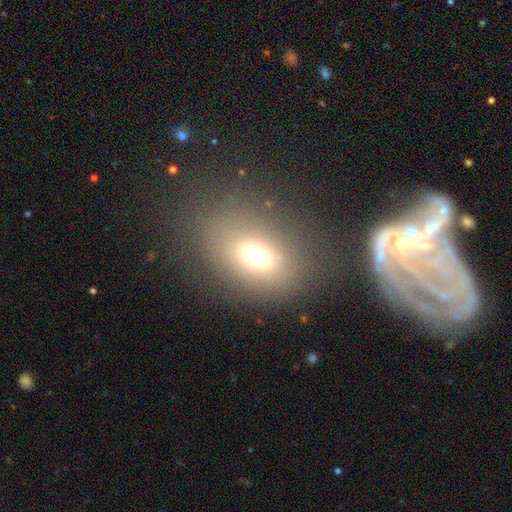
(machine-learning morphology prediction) A smooth galaxy with no disk features (66%) that is in between round and cigar-shaped (66%).

Vote fractions:
- Smooth or featured? smooth: 66% / star or artifact: 20% / featured or disk: 14%
- How rounded? in between: 66% / round: 32% / cigar-shaped: 2%
- Merging? none: 73% / minor disturbance: 13% / major disturbance: 11% / merger: 3%